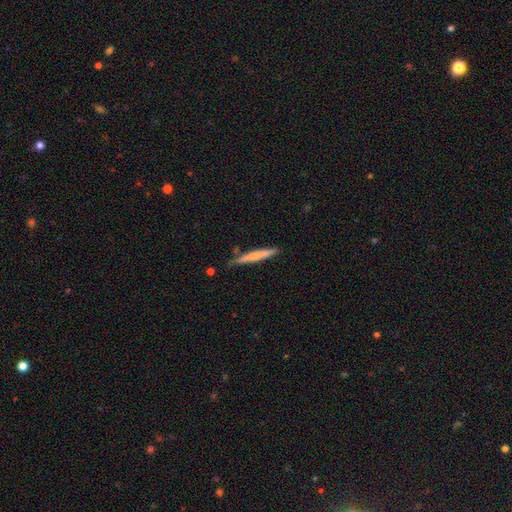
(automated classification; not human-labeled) smooth 65%, featured or disk 29%, star or artifact 6%. Down the decision tree: how rounded — cigar-shaped (96%); merging — none (77%).